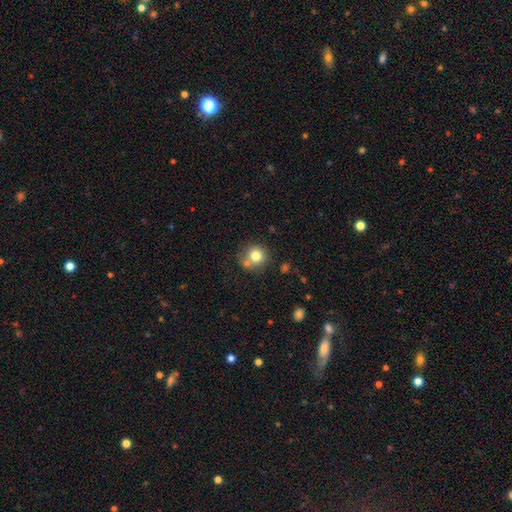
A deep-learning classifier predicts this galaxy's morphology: A smooth galaxy with no disk features (77%) that is round (91%).

Vote fractions:
- Smooth or featured? smooth: 77% / featured or disk: 12% / star or artifact: 11%
- How rounded? round: 91% / in between: 8% / cigar-shaped: 1%
- Merging? none: 65% / merger: 21% / minor disturbance: 11% / major disturbance: 4%